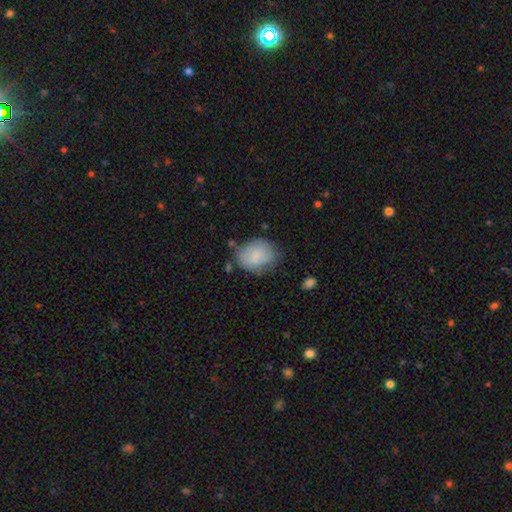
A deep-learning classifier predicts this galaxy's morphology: smooth_or_featured: smooth (p=0.80) [alt: featured or disk p=0.13]
how_rounded: in between (p=0.60) [alt: round p=0.39]
merging: none (p=0.64) [alt: minor disturbance p=0.26]